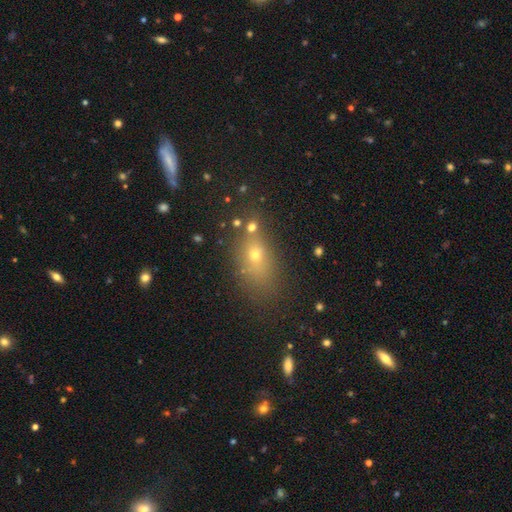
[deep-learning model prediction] A smooth galaxy with no disk features (60%) that is in between round and cigar-shaped (64%).

Vote fractions:
- Smooth or featured? smooth: 60% / star or artifact: 25% / featured or disk: 15%
- How rounded? in between: 64% / round: 31% / cigar-shaped: 5%
- Merging? none: 67% / minor disturbance: 15% / merger: 11% / major disturbance: 7%